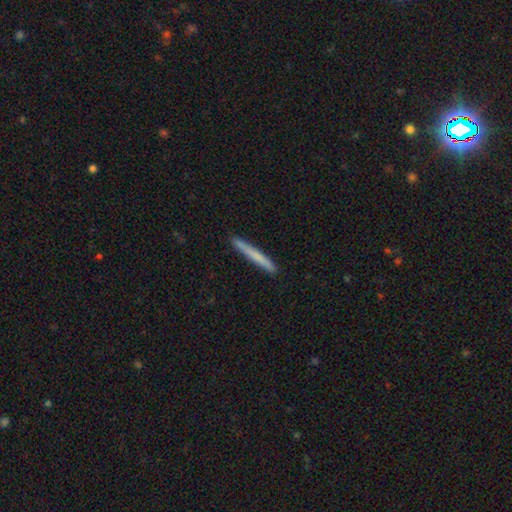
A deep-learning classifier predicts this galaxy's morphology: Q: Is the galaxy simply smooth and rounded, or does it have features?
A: smooth — 69%.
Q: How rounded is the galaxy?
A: cigar-shaped — 97%.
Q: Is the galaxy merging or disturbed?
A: none — 91%.